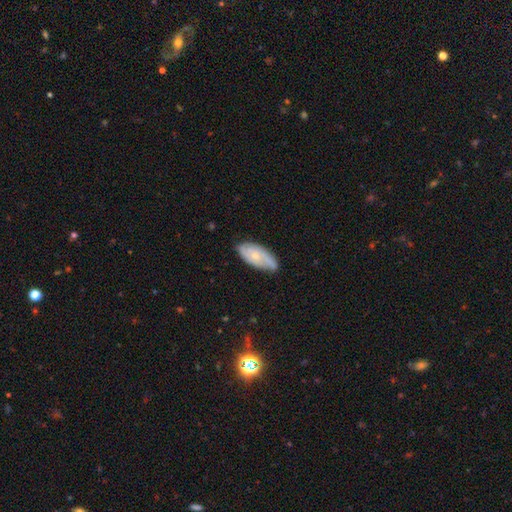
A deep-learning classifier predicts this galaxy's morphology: type=featured or disk (54%); edge-on=no (90%); merging=none (69%).